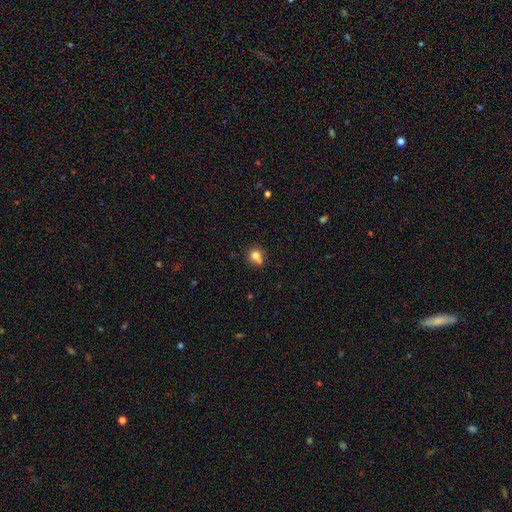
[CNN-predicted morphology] A smooth galaxy with no disk features (78%) that is round (82%).

Vote fractions:
- Smooth or featured? smooth: 78% / star or artifact: 12% / featured or disk: 11%
- How rounded? round: 82% / in between: 17% / cigar-shaped: 1%
- Merging? none: 55% / merger: 24% / minor disturbance: 16% / major disturbance: 5%